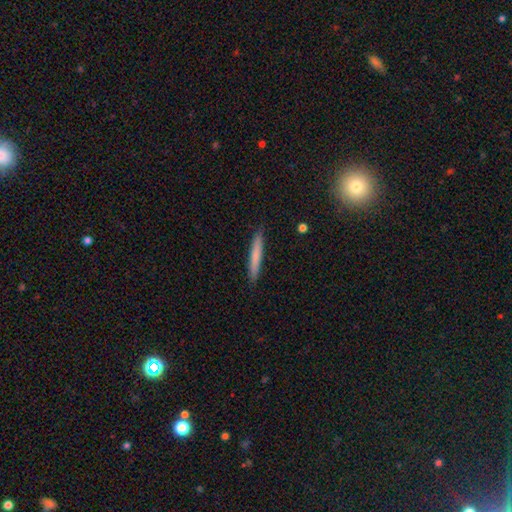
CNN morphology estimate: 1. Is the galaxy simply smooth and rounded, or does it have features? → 74% smooth, 20% featured or disk, 6% star or artifact.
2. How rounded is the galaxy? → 96% cigar-shaped, 3% in between, 1% round.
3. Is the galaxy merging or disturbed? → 91% none, 7% minor disturbance, 1% major disturbance, 1% merger.